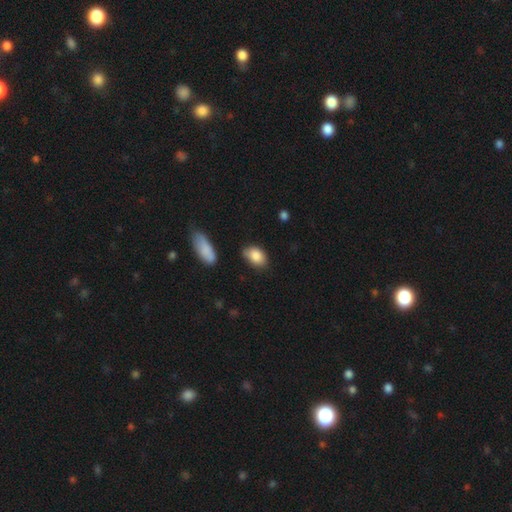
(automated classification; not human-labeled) Overall: smooth (86%). How rounded: in between (84%). Merging: none (68%).